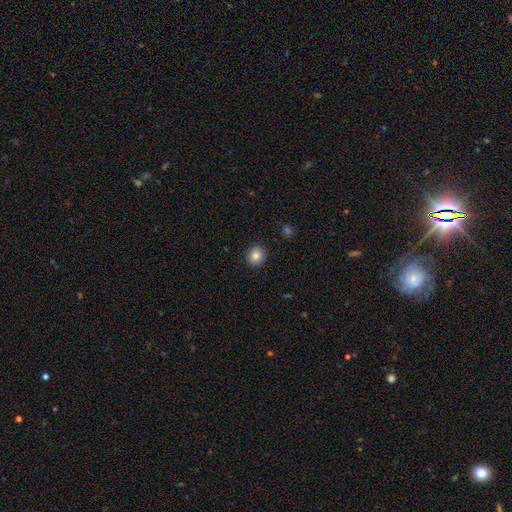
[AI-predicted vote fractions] The model was most divided on "smooth or featured": smooth: 84%, star or artifact: 10%, featured or disk: 6%. More confident: merging — none (92%); how rounded — round (88%).